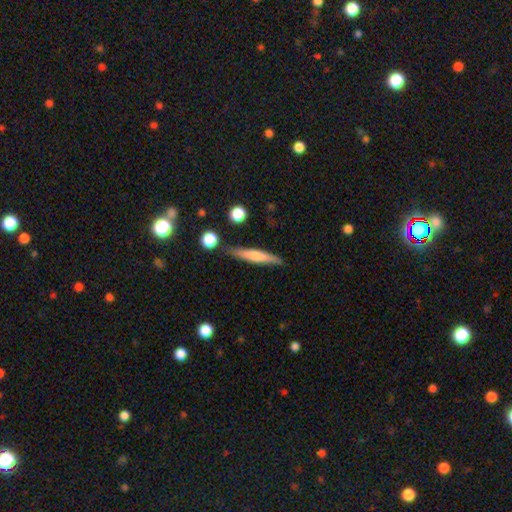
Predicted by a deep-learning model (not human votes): A smooth galaxy with no disk features (61%) that is cigar-shaped (91%). Merging: none (83%).